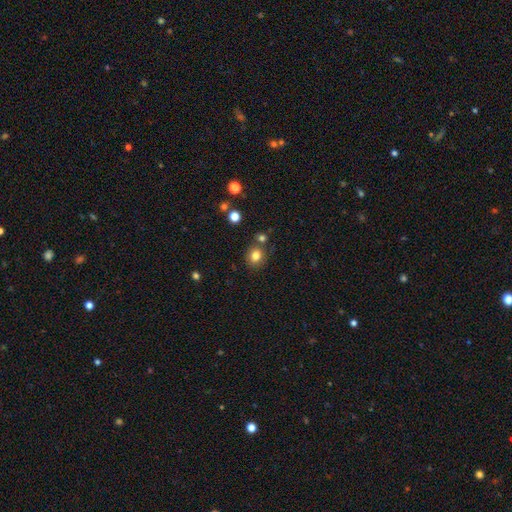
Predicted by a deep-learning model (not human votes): This appears to be a smooth galaxy with no disk features (81%) that is round (72%). Merging: none (76%).